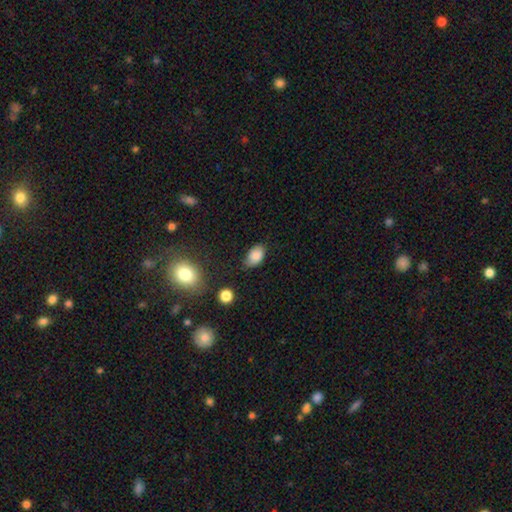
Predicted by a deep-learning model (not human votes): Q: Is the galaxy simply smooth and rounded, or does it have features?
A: smooth — 85%.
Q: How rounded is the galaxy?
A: in between — 89%.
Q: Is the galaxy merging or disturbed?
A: none — 74%.